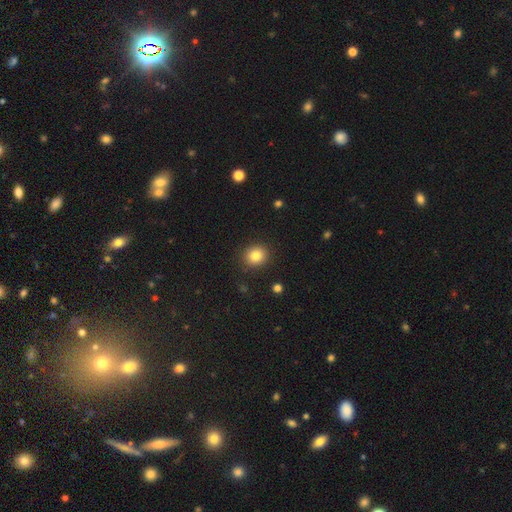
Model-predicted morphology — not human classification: The model was most divided on "how rounded": round: 80%, in between: 19%, cigar-shaped: 1%. More confident: merging — none (89%); smooth or featured — smooth (83%).